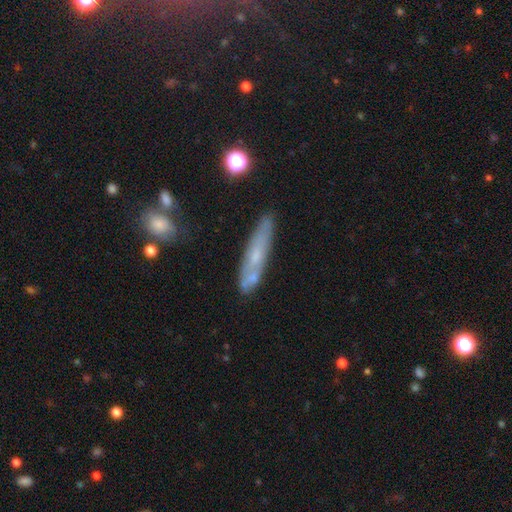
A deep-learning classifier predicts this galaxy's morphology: Smooth or featured? Predicted: featured or disk (p=0.46). Merging? Predicted: none (p=0.73).